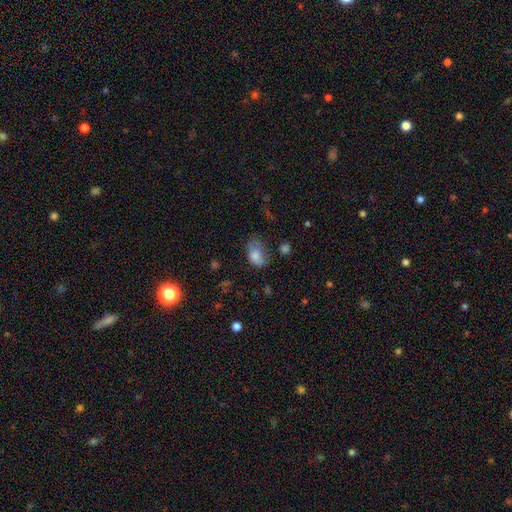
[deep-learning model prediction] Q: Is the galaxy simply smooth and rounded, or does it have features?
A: smooth — 76%.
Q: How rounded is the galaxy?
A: in between — 86%.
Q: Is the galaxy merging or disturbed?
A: minor disturbance — 35%, tied with none.